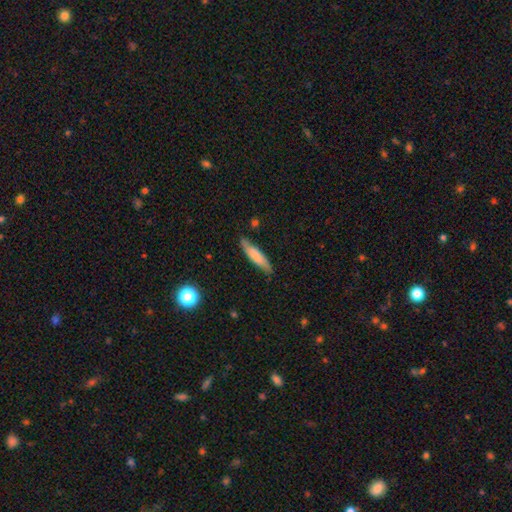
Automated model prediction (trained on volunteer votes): A smooth galaxy with no disk features (72%) that is cigar-shaped (78%).

Vote fractions:
- Smooth or featured? smooth: 72% / featured or disk: 21% / star or artifact: 6%
- How rounded? cigar-shaped: 78% / in between: 21% / round: 2%
- Merging? none: 75% / minor disturbance: 20% / major disturbance: 3% / merger: 2%